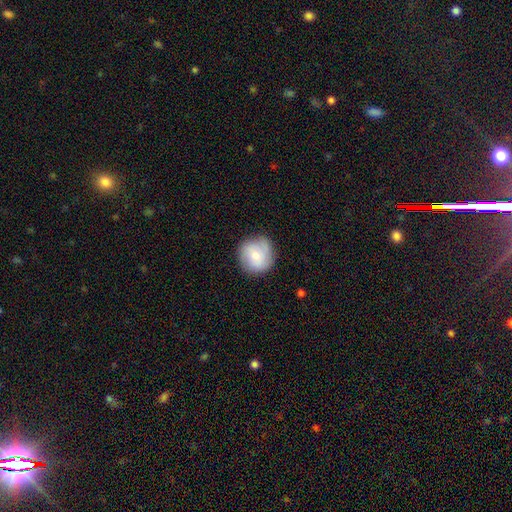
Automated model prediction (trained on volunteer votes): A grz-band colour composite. It shows a smooth galaxy with no disk features (67%) that is round (92%). Merging: none (79%).